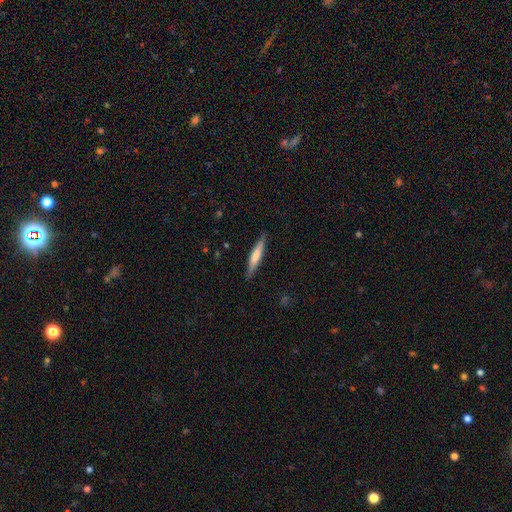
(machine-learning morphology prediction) Smooth or featured: smooth — 61% (featured or disk — 34%)
How rounded: cigar-shaped — 92% (in between — 7%)
Merging: none — 88% (minor disturbance — 9%)